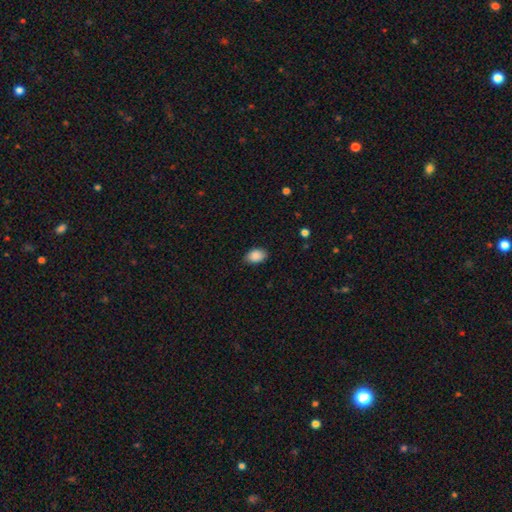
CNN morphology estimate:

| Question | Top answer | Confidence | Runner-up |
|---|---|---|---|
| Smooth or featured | smooth | 89% | star or artifact (7%) |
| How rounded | in between | 86% | round (13%) |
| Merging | none | 82% | minor disturbance (14%) |